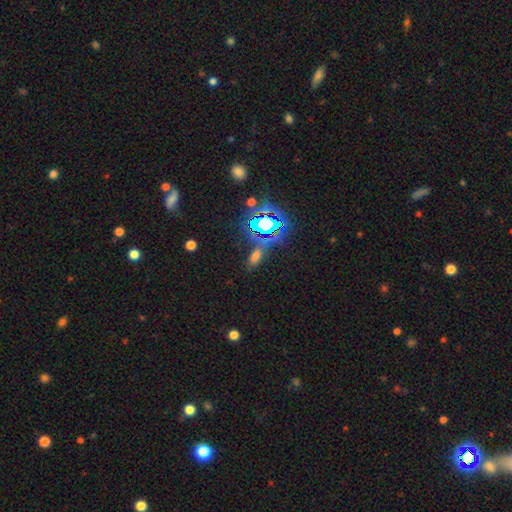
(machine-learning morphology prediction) smooth-or-featured: smooth: 53% | star or artifact: 38% | featured or disk: 10%
  how-rounded: in between: 74% | cigar-shaped: 15% | round: 11%
  merging: none: 73% | minor disturbance: 13% | merger: 7% | major disturbance: 7%